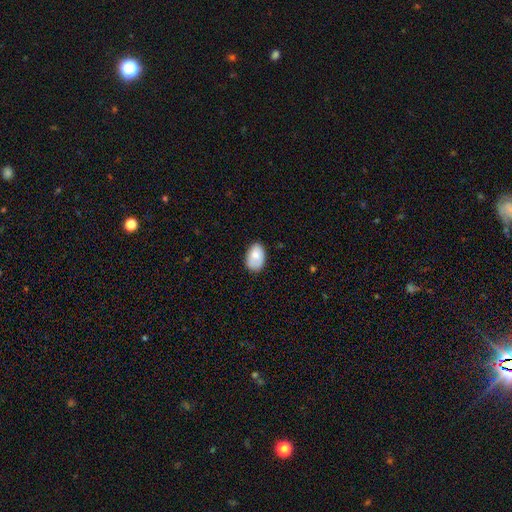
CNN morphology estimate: This is likely a smooth galaxy (76%). How rounded: clearly in between (88%). Merging: likely none (69%).